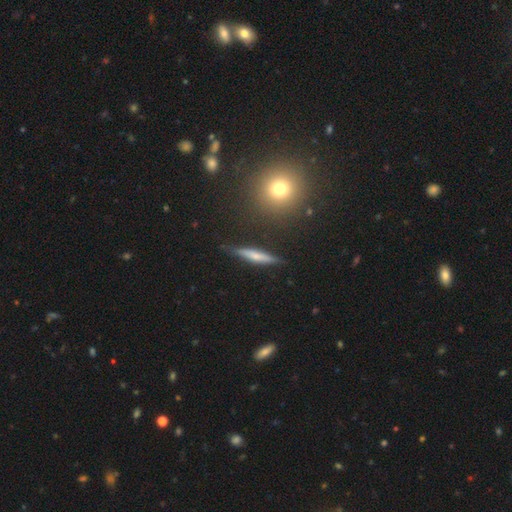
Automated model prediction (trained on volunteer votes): smooth-or-featured: smooth: 48% | featured or disk: 45% | star or artifact: 7%
  merging: none: 84% | minor disturbance: 12% | major disturbance: 2% | merger: 2%